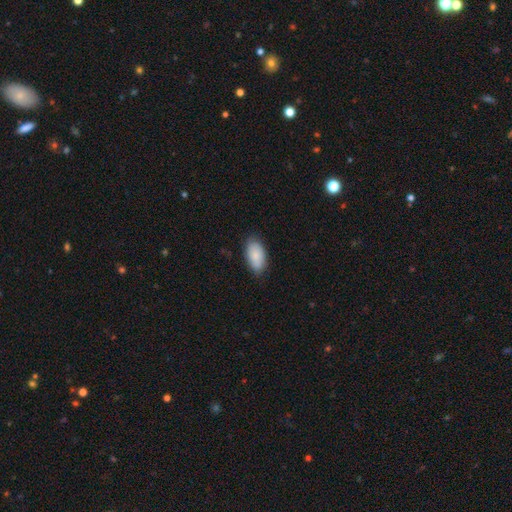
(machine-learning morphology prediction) Smooth or featured: smooth — 85% (featured or disk — 9%)
How rounded: in between — 94% (round — 3%)
Merging: none — 81% (minor disturbance — 15%)